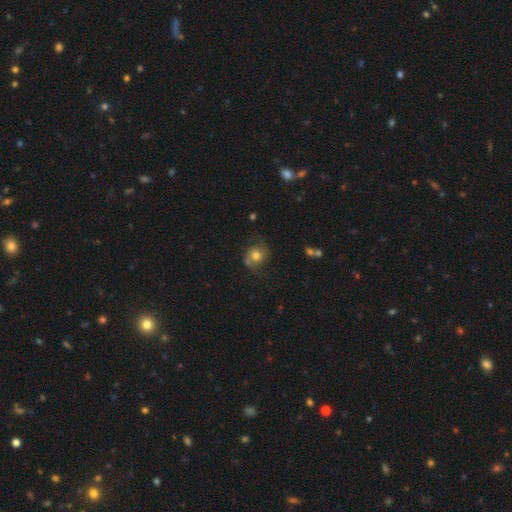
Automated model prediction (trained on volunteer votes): Q: Smooth or featured?
A: featured or disk (53%); runner-up: smooth (37%)
Q: Edge-on disk?
A: no (97%); runner-up: yes (3%)
Q: Bar?
A: no (74%); runner-up: weak (22%)
Q: Spiral arms?
A: yes (86%); runner-up: no (14%)
Q: Bulge size?
A: moderate (63%); runner-up: large (19%)
Q: Merging?
A: none (63%); runner-up: minor disturbance (21%)